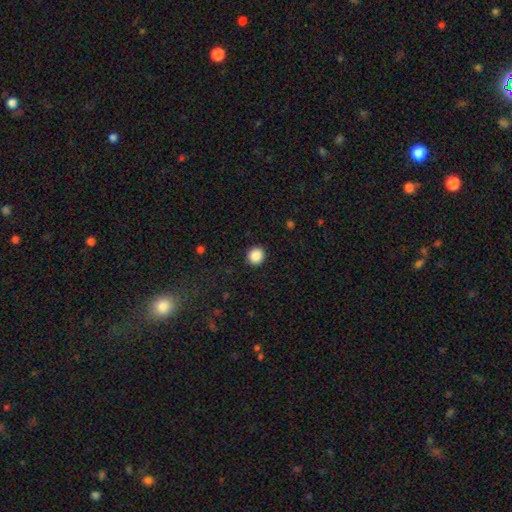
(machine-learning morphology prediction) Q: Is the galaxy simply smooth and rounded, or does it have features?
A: smooth — 88%.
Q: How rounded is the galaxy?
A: round — 91%.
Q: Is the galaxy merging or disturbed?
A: none — 92%.